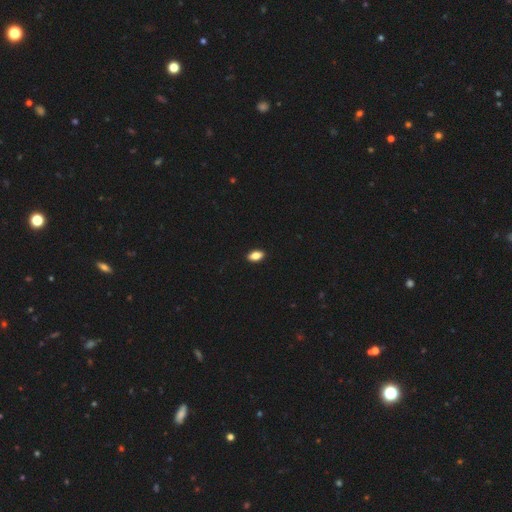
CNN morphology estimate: Smooth or featured?
  - smooth: 86% *
  - star or artifact: 8%
  - featured or disk: 6%
How rounded?
  - in between: 90% *
  - round: 6%
  - cigar-shaped: 3%
Merging?
  - none: 91% *
  - minor disturbance: 7%
  - major disturbance: 1%
  - merger: 1%